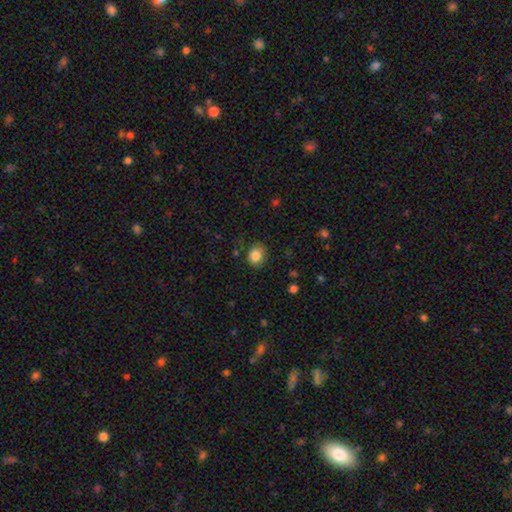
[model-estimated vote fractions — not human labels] A smooth galaxy with no disk features (85%) that is round (67%). Merging: none (77%).